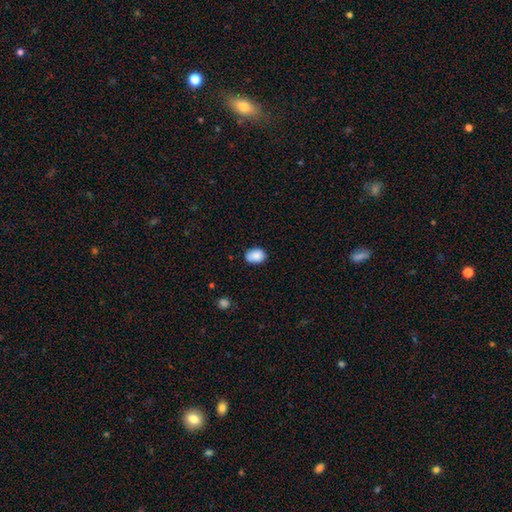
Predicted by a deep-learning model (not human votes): A smooth galaxy with no disk features (87%) that is in between round and cigar-shaped (71%). Merging: none (80%).